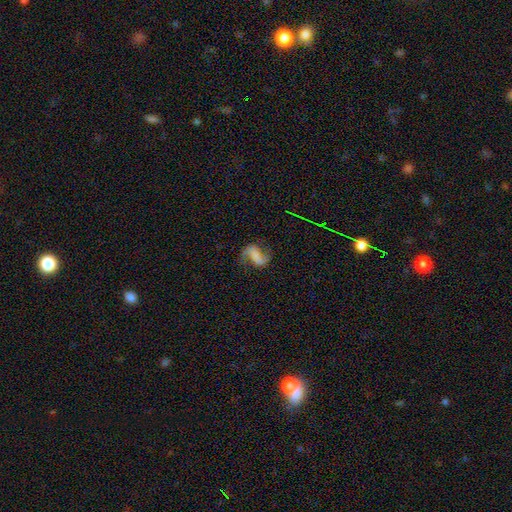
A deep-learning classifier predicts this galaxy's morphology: Smooth or featured: featured or disk — 81% (smooth — 11%)
Edge-on disk: no — 97% (yes — 3%)
Bar: strong — 40% (weak — 33%)
Spiral arms: yes — 95% (no — 5%)
Spiral winding: loose — 66% (medium — 27%)
Spiral arm count: 2 — 92% (1 — 3%)
Bulge size: none — 56% (small — 19%)
Merging: none — 73% (minor disturbance — 15%)